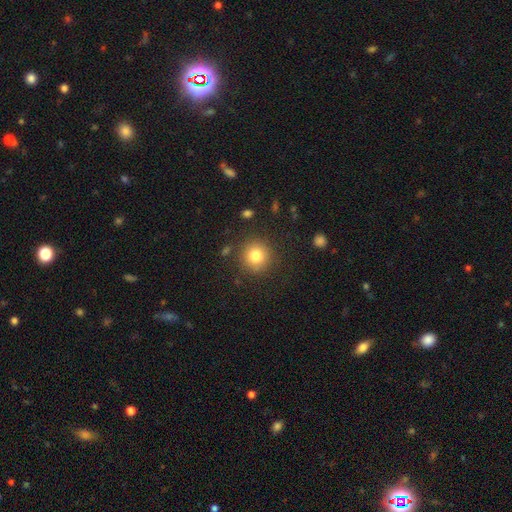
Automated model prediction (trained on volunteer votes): A smooth galaxy with no disk features (81%) that is round (93%).

Vote fractions:
- Smooth or featured? smooth: 81% / star or artifact: 11% / featured or disk: 8%
- How rounded? round: 93% / in between: 6% / cigar-shaped: 1%
- Merging? none: 87% / minor disturbance: 8% / major disturbance: 3% / merger: 2%